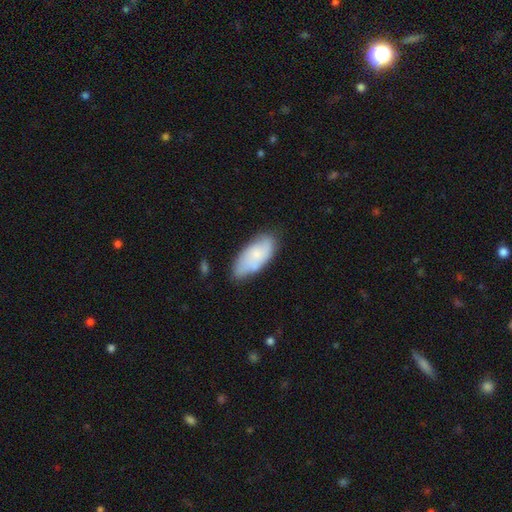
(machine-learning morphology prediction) Overall: smooth (66%; featured or disk 28%). How rounded: in between (89%). Merging: none (64%; minor disturbance 25%).